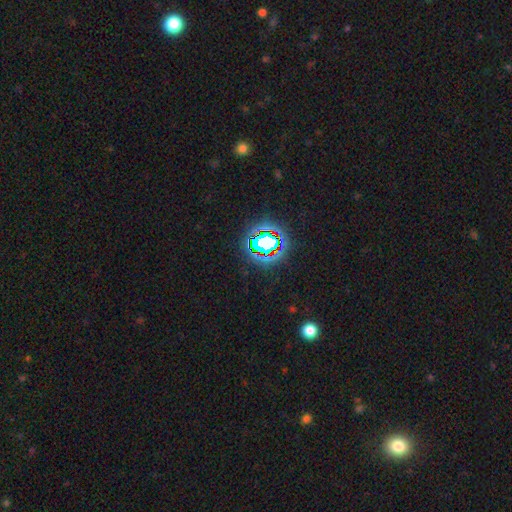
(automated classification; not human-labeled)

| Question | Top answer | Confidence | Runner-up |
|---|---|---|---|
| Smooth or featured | star or artifact | 75% | smooth (15%) |